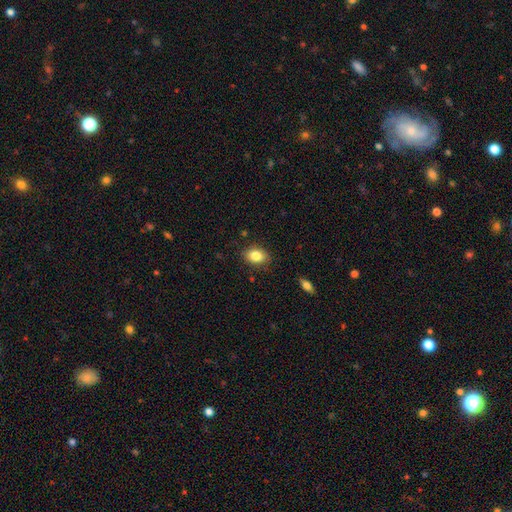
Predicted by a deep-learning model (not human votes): Overall: smooth (84%). How rounded: in between (75%). Merging: none (84%).